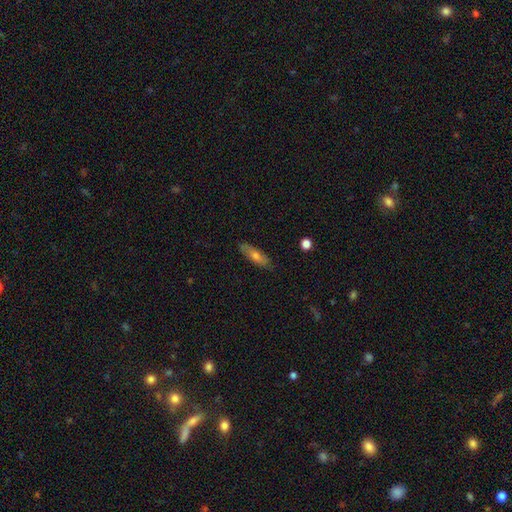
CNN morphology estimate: type=smooth (63%); roundness=cigar-shaped (50%); merging=none (84%).